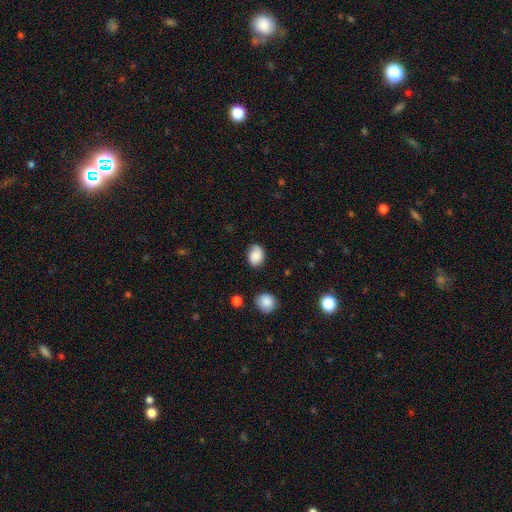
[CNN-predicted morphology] This is clearly a smooth galaxy (82%). How rounded: likely in between (69%). Merging: likely none (73%).